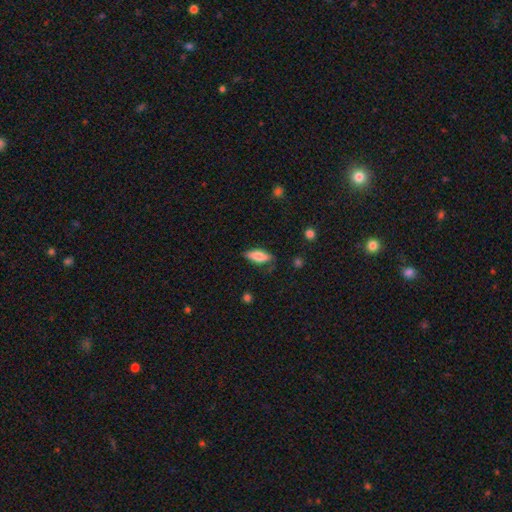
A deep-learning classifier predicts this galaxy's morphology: smooth-or-featured: smooth: 75% | featured or disk: 18% | star or artifact: 7%
  how-rounded: in between: 74% | cigar-shaped: 24% | round: 2%
  merging: none: 71% | minor disturbance: 22% | major disturbance: 6% | merger: 2%